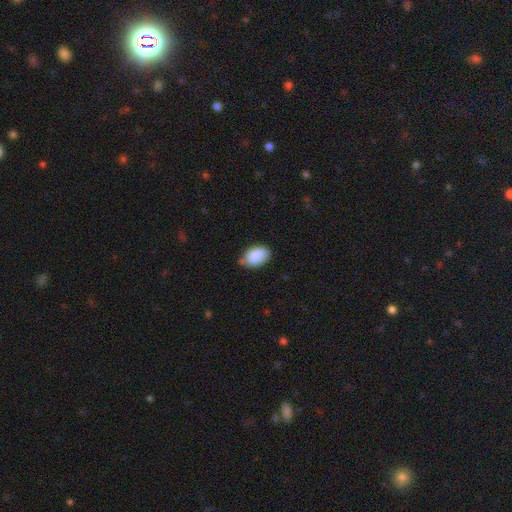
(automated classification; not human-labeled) Smooth or featured: smooth — 88% (star or artifact — 7%)
How rounded: in between — 90% (round — 9%)
Merging: none — 67% (minor disturbance — 26%)